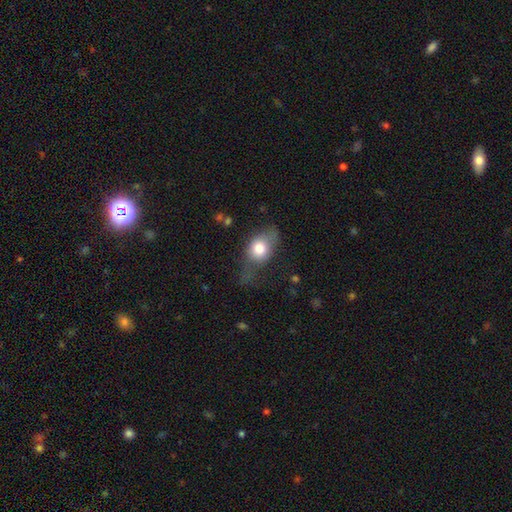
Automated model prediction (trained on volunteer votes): Smooth or featured: smooth — 67% (featured or disk — 23%)
How rounded: in between — 60% (round — 36%)
Merging: none — 47% (minor disturbance — 31%)